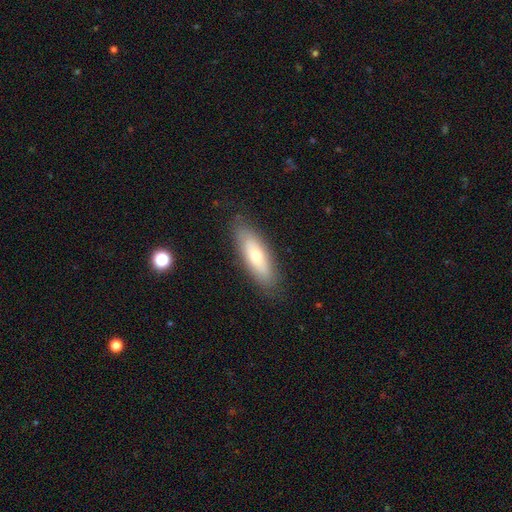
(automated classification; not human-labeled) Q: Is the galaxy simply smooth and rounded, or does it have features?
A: smooth — 60%.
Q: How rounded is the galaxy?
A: in between — 52%.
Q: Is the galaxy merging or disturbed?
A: none — 85%.